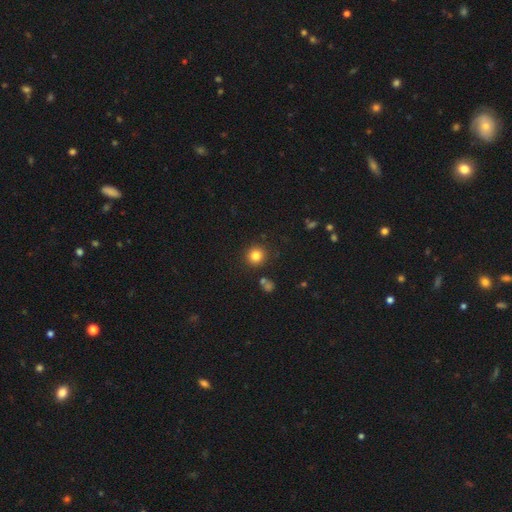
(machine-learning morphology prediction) Q: Smooth or featured?
A: smooth (81%); runner-up: star or artifact (13%)
Q: How rounded?
A: round (92%); runner-up: in between (7%)
Q: Merging?
A: none (88%); runner-up: minor disturbance (7%)